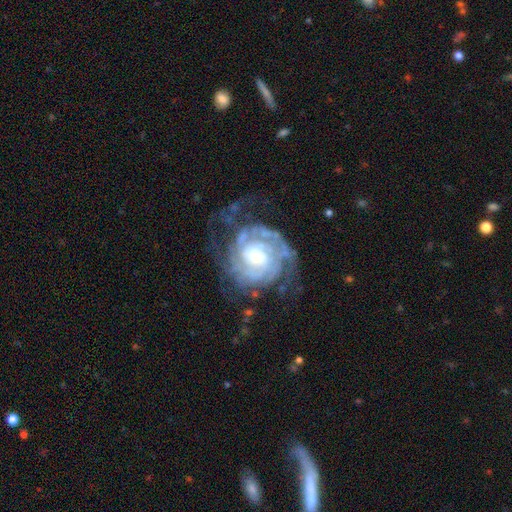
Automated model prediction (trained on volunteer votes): Q: Smooth or featured?
A: featured or disk (86%); runner-up: smooth (8%)
Q: Edge-on disk?
A: no (98%); runner-up: yes (2%)
Q: Bar?
A: no (53%); runner-up: weak (37%)
Q: Spiral arms?
A: yes (94%); runner-up: no (6%)
Q: Spiral winding?
A: tight (64%); runner-up: medium (28%)
Q: Spiral arm count?
A: can't tell (36%); runner-up: 2 (29%)
Q: Bulge size?
A: moderate (44%); runner-up: small (37%)
Q: Merging?
A: none (61%); runner-up: major disturbance (18%)